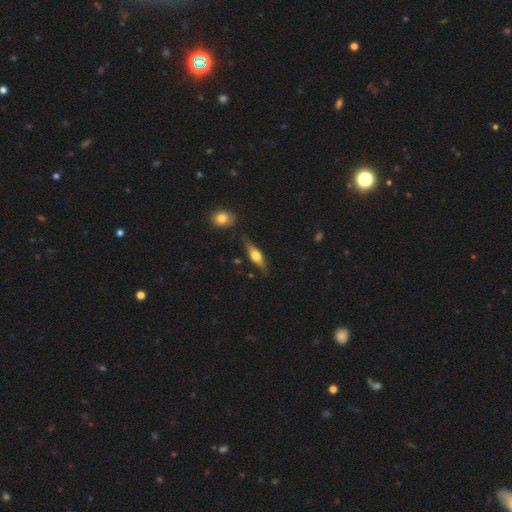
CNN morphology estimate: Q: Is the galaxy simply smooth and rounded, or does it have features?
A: featured or disk — 48%.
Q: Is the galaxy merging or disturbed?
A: none — 79%.